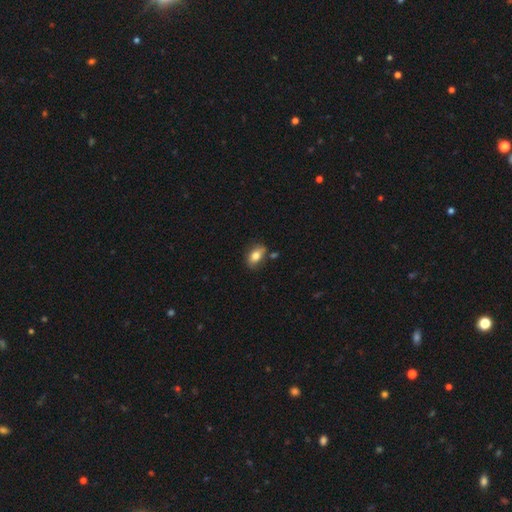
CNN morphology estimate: smooth-or-featured: smooth: 78% | featured or disk: 14% | star or artifact: 8%
  how-rounded: in between: 87% | round: 8% | cigar-shaped: 5%
  merging: none: 72% | minor disturbance: 17% | merger: 7% | major disturbance: 4%